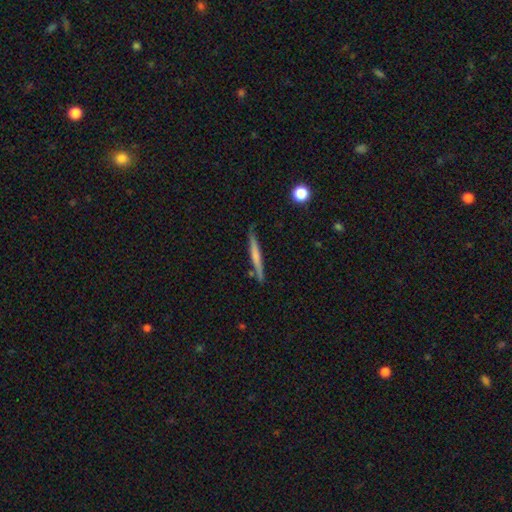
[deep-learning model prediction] Smooth or featured: smooth — 52% (featured or disk — 42%)
How rounded: cigar-shaped — 95% (in between — 3%)
Merging: none — 83% (minor disturbance — 12%)